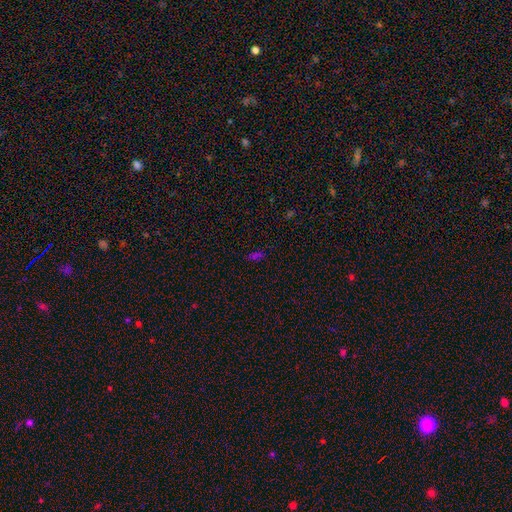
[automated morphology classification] A smooth galaxy with no disk features (54%) that is in between round and cigar-shaped (73%). Merging: none (78%).